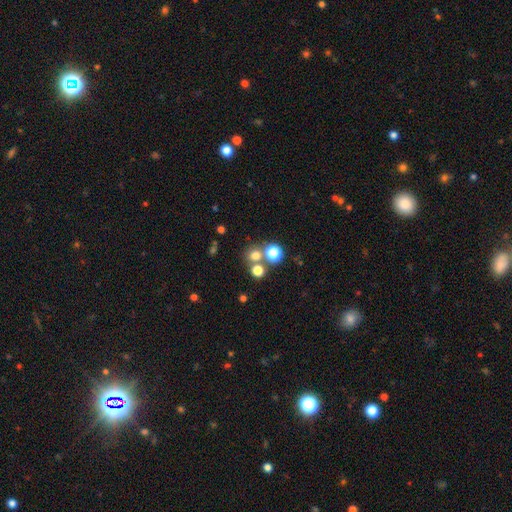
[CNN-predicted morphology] Smooth or featured?
  - smooth: 68% *
  - star or artifact: 23%
  - featured or disk: 9%
How rounded?
  - round: 86% *
  - in between: 13%
  - cigar-shaped: 1%
Merging?
  - none: 62% *
  - merger: 27%
  - minor disturbance: 7%
  - major disturbance: 4%